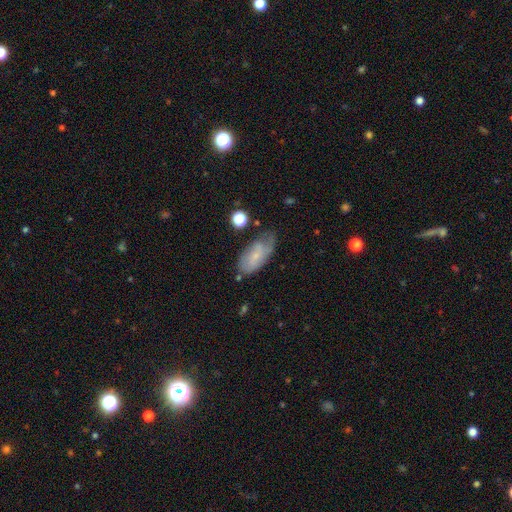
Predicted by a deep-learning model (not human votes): Overall: smooth (55%; featured or disk 36%). How rounded: in between (88%). Merging: none (49%; minor disturbance 33%).